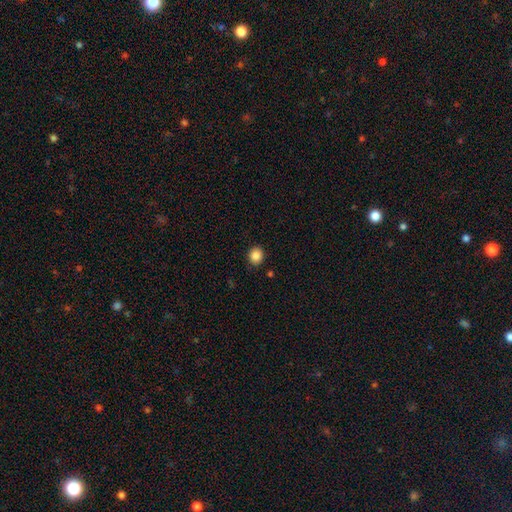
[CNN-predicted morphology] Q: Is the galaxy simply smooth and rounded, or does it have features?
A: smooth — 86%.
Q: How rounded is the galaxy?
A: round — 76%.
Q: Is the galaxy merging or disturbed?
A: none — 90%.